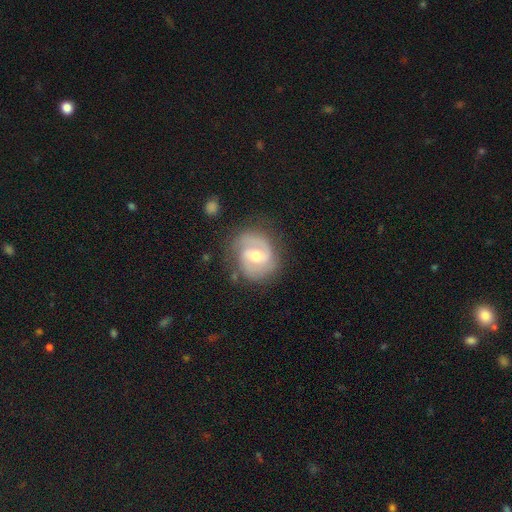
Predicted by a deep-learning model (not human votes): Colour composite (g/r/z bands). It shows a featured or disk galaxy (80%) with a weak bar (52%), 2 (79%) medium (48%) spiral arms (92%) and a moderate central bulge (67%). Merging: none (74%).